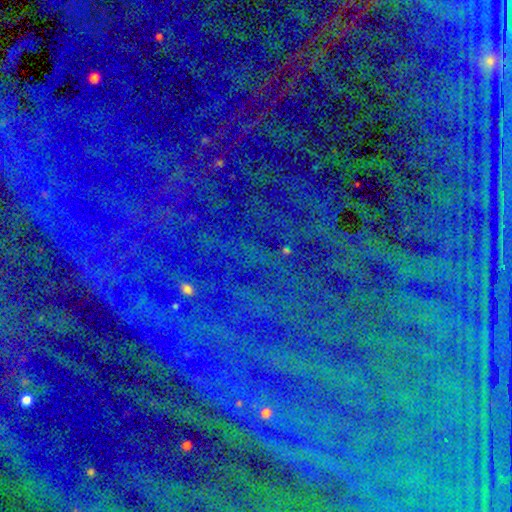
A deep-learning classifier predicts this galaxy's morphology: This appears to be a star or artifact, not a galaxy (85%).